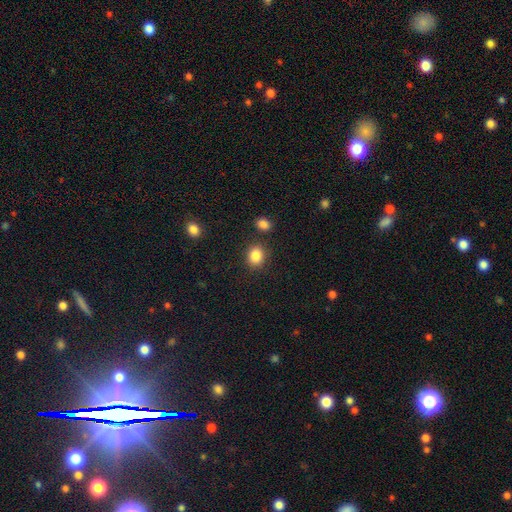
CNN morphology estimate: smooth-or-featured: smooth: 86% | star or artifact: 9% | featured or disk: 5%
  how-rounded: round: 61% | in between: 39% | cigar-shaped: 1%
  merging: none: 82% | minor disturbance: 9% | merger: 6% | major disturbance: 3%